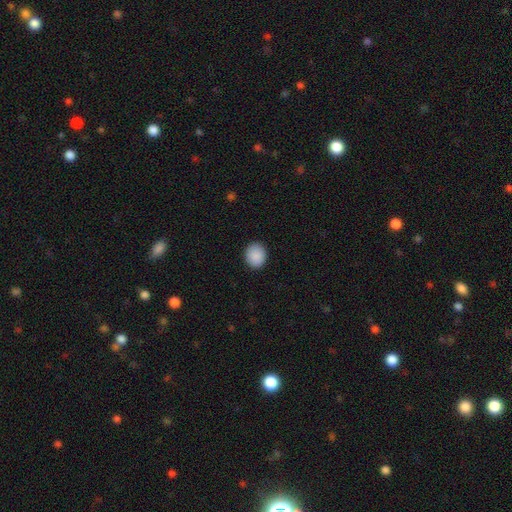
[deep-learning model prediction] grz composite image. It shows a smooth galaxy with no disk features (90%) that is round (66%). Merging: none (90%).